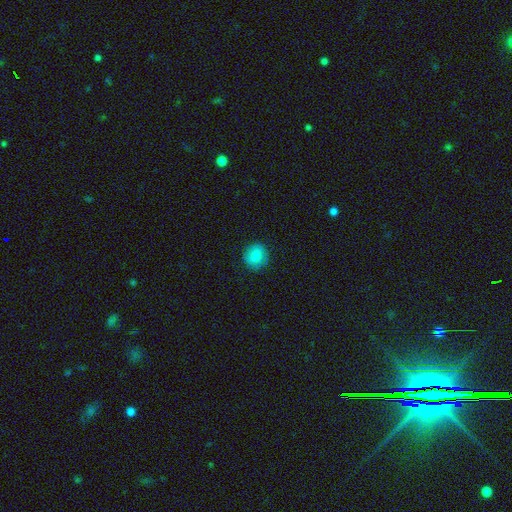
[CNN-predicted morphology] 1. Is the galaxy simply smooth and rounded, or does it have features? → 84% smooth, 9% star or artifact, 7% featured or disk.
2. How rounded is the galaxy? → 87% round, 12% in between, 1% cigar-shaped.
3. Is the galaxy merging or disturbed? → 89% none, 8% minor disturbance, 2% major disturbance, 1% merger.